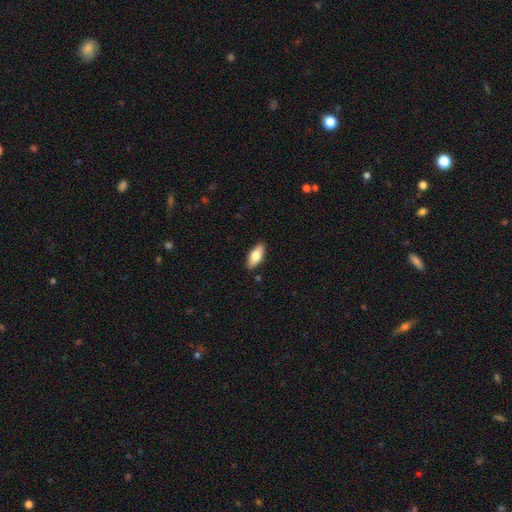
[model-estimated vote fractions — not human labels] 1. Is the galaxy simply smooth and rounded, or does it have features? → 75% smooth, 19% featured or disk, 6% star or artifact.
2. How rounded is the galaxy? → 82% in between, 15% cigar-shaped, 2% round.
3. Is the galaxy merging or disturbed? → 89% none, 8% minor disturbance, 2% major disturbance, 1% merger.